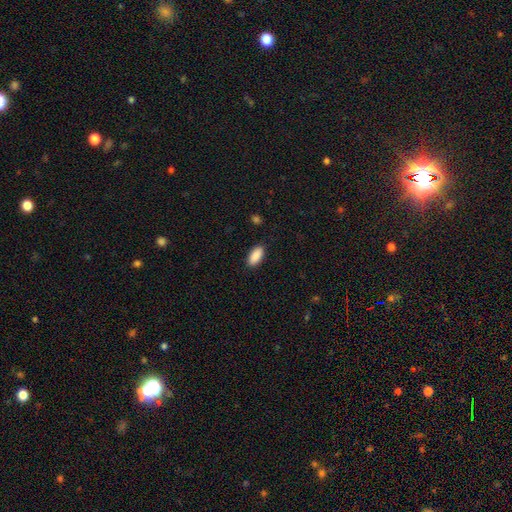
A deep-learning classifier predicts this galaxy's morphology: smooth_or_featured: smooth (p=0.91) [alt: star or artifact p=0.06]
how_rounded: in between (p=0.89) [alt: cigar-shaped p=0.09]
merging: none (p=0.88) [alt: minor disturbance p=0.09]